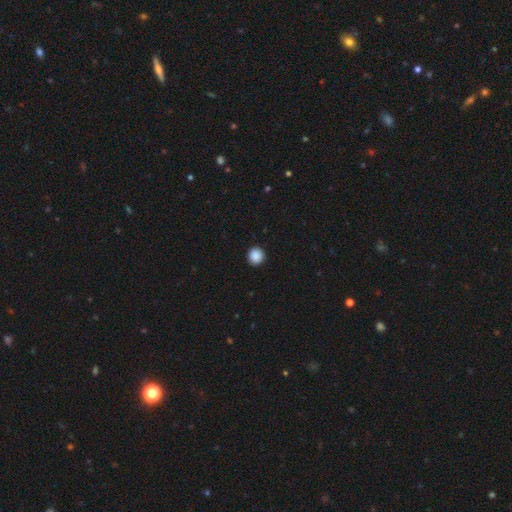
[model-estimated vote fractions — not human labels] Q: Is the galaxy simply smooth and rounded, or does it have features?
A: smooth — 89%.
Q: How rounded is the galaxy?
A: round — 91%.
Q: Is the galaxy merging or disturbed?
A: none — 93%.